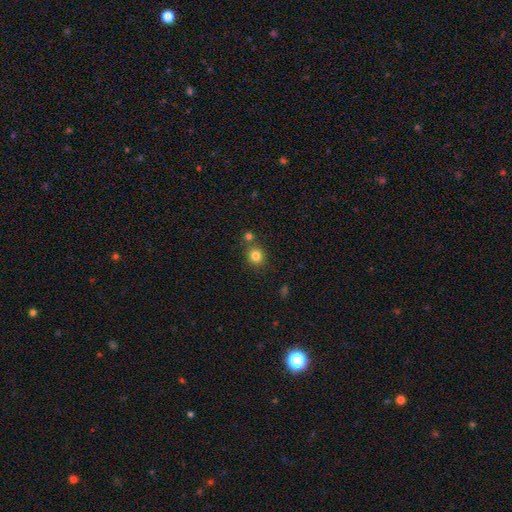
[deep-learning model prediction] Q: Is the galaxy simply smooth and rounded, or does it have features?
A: smooth — 81%.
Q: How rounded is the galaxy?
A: round — 80%.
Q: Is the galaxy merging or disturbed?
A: none — 72%.